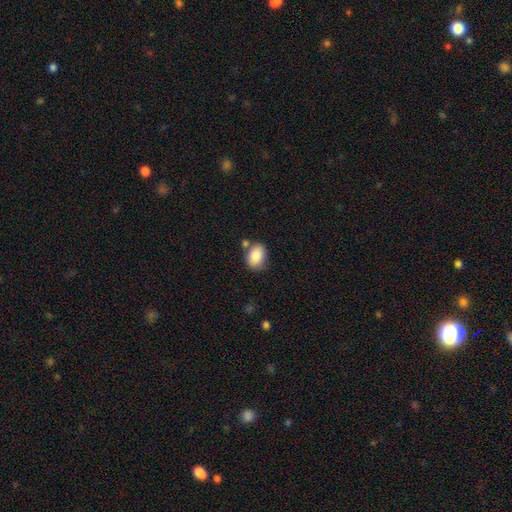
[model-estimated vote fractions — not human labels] Smooth or featured?
  - smooth: 85% *
  - featured or disk: 8%
  - star or artifact: 8%
How rounded?
  - in between: 69% *
  - round: 30%
  - cigar-shaped: 1%
Merging?
  - none: 66% *
  - minor disturbance: 17%
  - merger: 12%
  - major disturbance: 4%